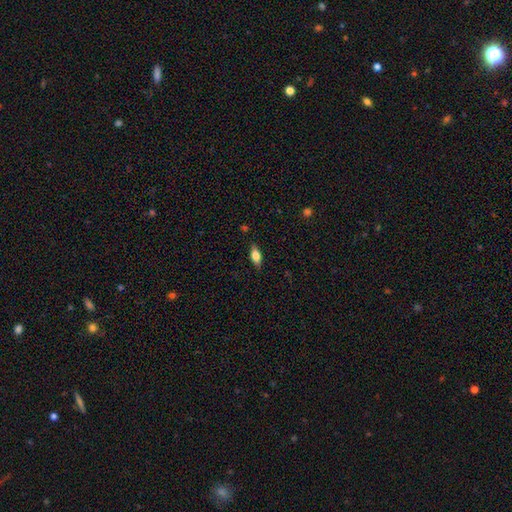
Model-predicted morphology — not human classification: type=smooth (72%); roundness=in between (82%); merging=none (84%).